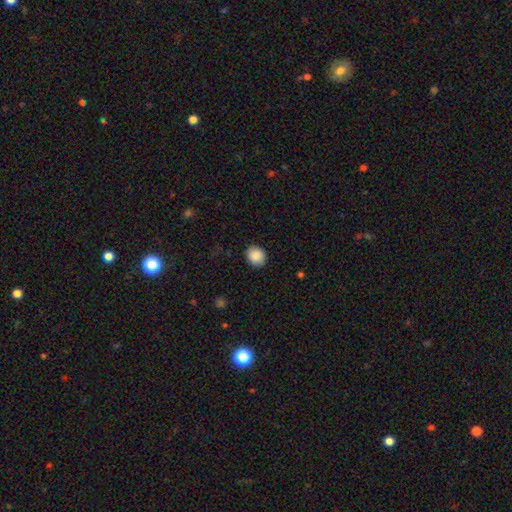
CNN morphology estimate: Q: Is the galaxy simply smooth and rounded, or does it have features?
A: smooth — 89%.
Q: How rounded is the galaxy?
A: round — 74%.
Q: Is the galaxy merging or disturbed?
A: none — 90%.